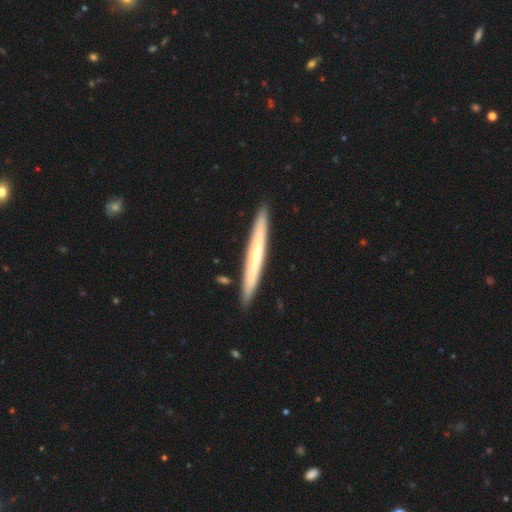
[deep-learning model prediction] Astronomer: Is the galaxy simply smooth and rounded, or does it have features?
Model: featured or disk — 50% (runner-up: smooth, 44%).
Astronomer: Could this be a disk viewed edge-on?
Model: yes — 94%.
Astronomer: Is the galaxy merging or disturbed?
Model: none — 91%.